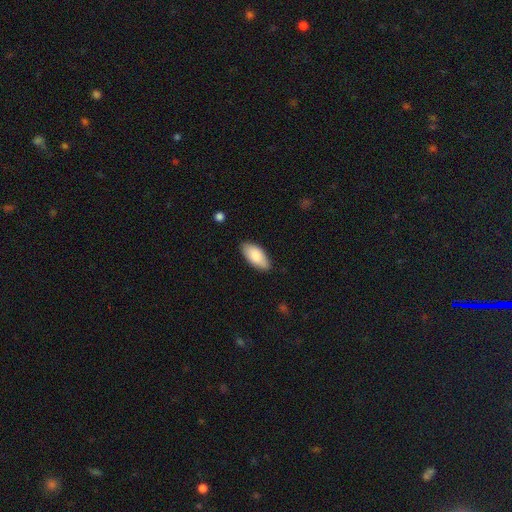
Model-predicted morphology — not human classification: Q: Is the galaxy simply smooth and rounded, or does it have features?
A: smooth — 85%.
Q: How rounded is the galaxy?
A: in between — 92%.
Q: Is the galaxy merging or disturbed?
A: none — 84%.